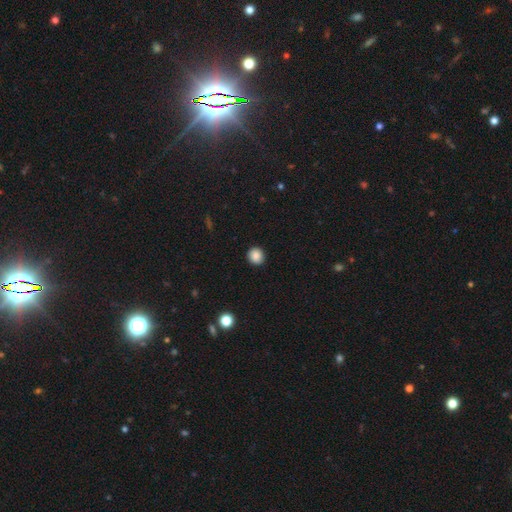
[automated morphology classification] This is clearly a smooth galaxy (88%). How rounded: clearly round (90%). Merging: clearly none (92%).